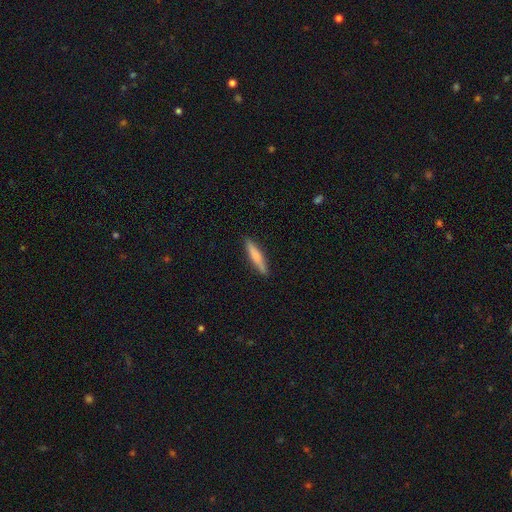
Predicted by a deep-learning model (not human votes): Morphology: type=smooth (75%); roundness=cigar-shaped (89%); merging=none (89%).